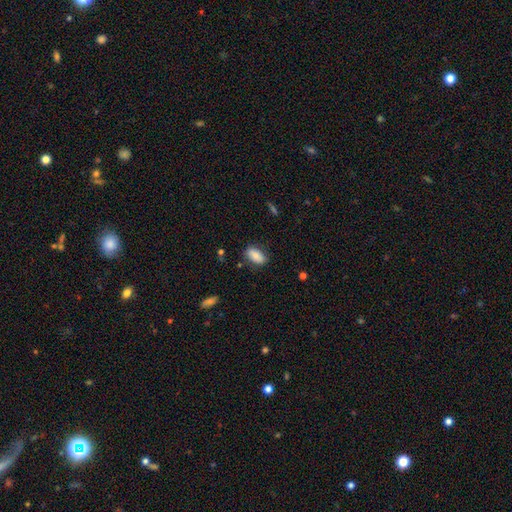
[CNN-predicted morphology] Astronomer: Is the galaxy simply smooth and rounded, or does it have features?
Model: smooth — 80%.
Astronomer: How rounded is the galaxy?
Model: in between — 91%.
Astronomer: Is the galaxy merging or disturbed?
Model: none — 79%.